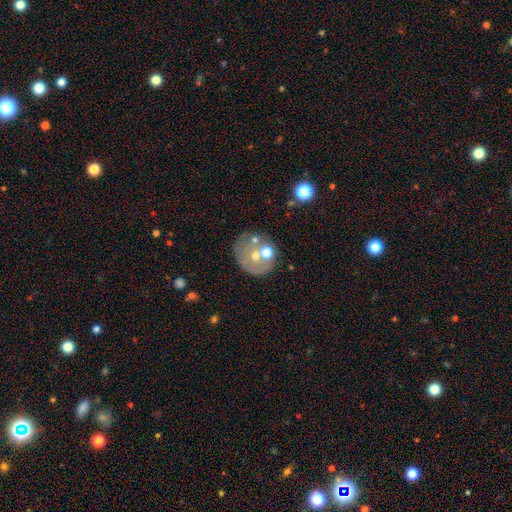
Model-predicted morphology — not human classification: Smooth or featured?
  - smooth: 47% *
  - featured or disk: 41%
  - star or artifact: 12%
Merging?
  - none: 48% *
  - merger: 28%
  - minor disturbance: 15%
  - major disturbance: 9%